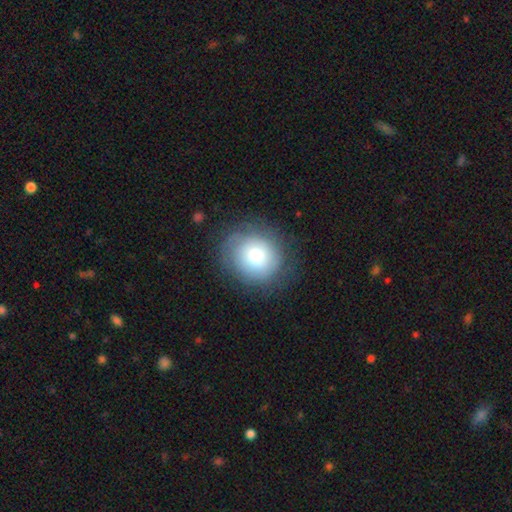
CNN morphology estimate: Smooth or featured? smooth (66%)
How rounded? round (84%)
Merging? none (76%)